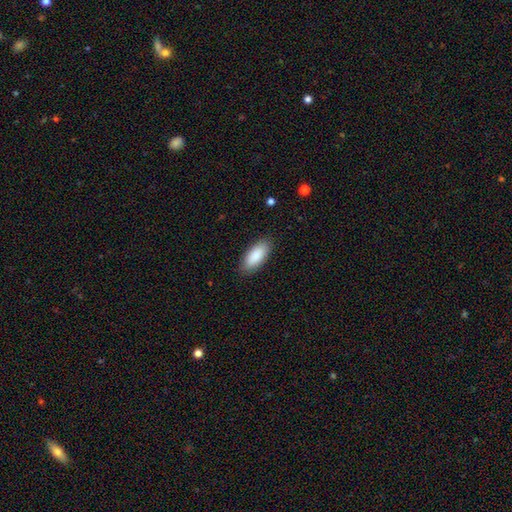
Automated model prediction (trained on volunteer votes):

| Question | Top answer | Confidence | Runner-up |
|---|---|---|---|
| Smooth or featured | smooth | 89% | featured or disk (6%) |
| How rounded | in between | 85% | cigar-shaped (14%) |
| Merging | none | 88% | minor disturbance (9%) |